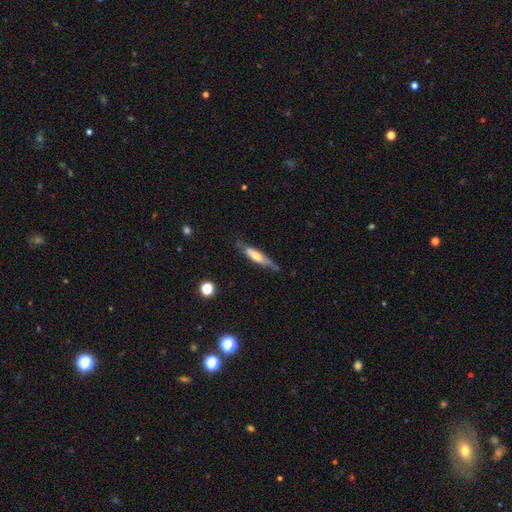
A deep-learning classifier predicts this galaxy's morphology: Smooth or featured? Predicted: smooth (p=0.50). How rounded? Predicted: cigar-shaped (p=0.79). Merging? Predicted: none (p=0.68).